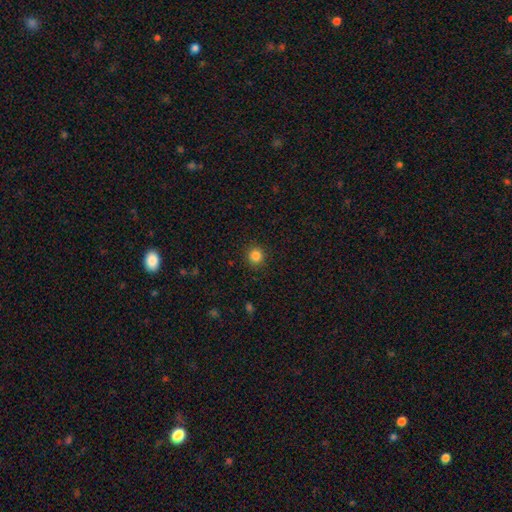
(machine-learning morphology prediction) smooth_or_featured: smooth (p=0.85) [alt: star or artifact p=0.11]
how_rounded: round (p=0.93) [alt: in between p=0.06]
merging: none (p=0.91) [alt: minor disturbance p=0.06]